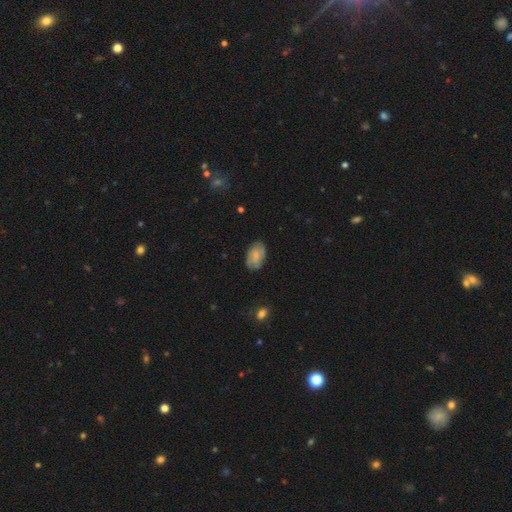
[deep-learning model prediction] A smooth galaxy with no disk features (65%) that is in between round and cigar-shaped (91%). Merging: none (78%).